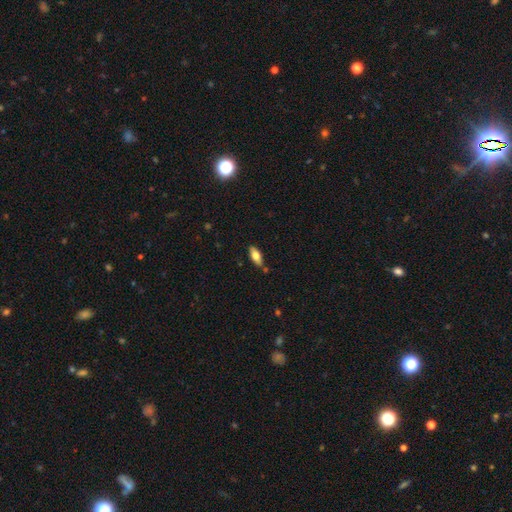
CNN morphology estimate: A smooth galaxy with no disk features (65%) that is in between round and cigar-shaped (80%). Merging: none (80%).